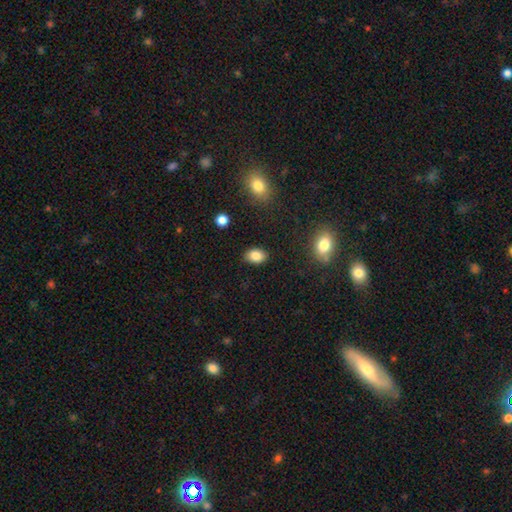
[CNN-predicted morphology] The model was most divided on "how rounded": in between: 79%, round: 20%, cigar-shaped: 1%. More confident: merging — none (86%); smooth or featured — smooth (85%).